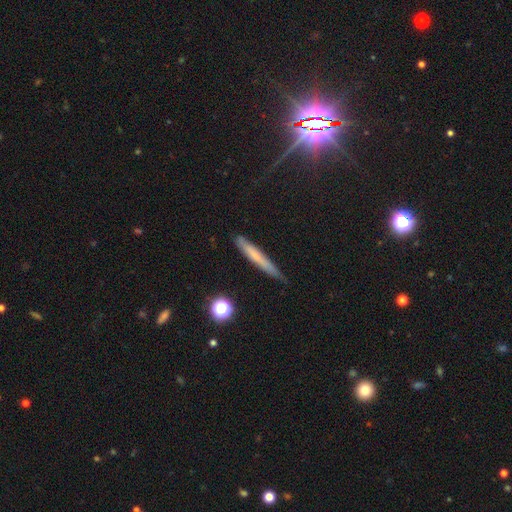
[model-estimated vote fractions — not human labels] Q: Smooth or featured?
A: smooth (59%); runner-up: featured or disk (32%)
Q: How rounded?
A: cigar-shaped (95%); runner-up: in between (4%)
Q: Merging?
A: none (76%); runner-up: minor disturbance (19%)